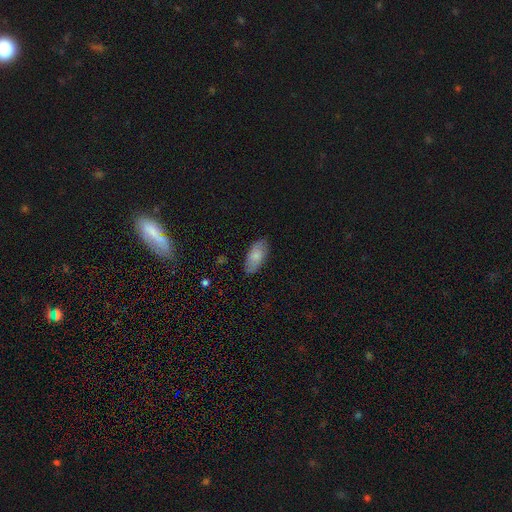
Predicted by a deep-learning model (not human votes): smooth-or-featured: smooth: 79% | featured or disk: 15% | star or artifact: 7%
  how-rounded: in between: 90% | cigar-shaped: 8% | round: 2%
  merging: none: 82% | minor disturbance: 14% | major disturbance: 3% | merger: 1%